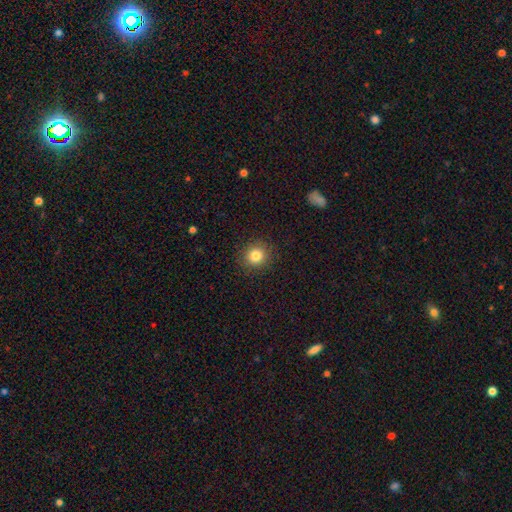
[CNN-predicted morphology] This is clearly a smooth galaxy (83%). How rounded: clearly round (88%). Merging: clearly none (90%).